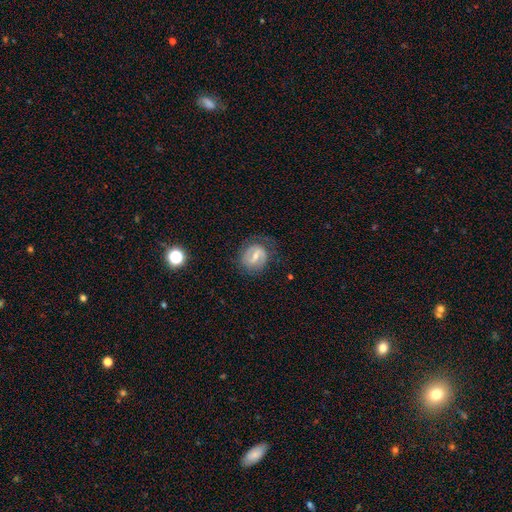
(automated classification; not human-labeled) Smooth or featured?
  - featured or disk: 65% *
  - smooth: 27%
  - star or artifact: 7%
Edge-on disk?
  - no: 96% *
  - yes: 4%
Bar?
  - weak: 45% *
  - strong: 42%
  - no: 13%
Spiral arms?
  - yes: 69% *
  - no: 31%
Bulge size?
  - small: 46% *
  - moderate: 45%
  - none: 5%
  - large: 3%
  - dominant: 1%
Merging?
  - none: 65% *
  - minor disturbance: 21%
  - major disturbance: 12%
  - merger: 2%